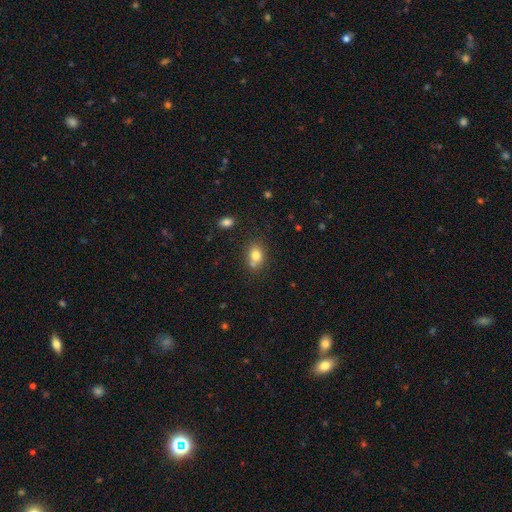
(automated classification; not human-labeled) This appears to be a smooth galaxy with no disk features (78%) that is in between round and cigar-shaped (61%). Merging: none (59%).